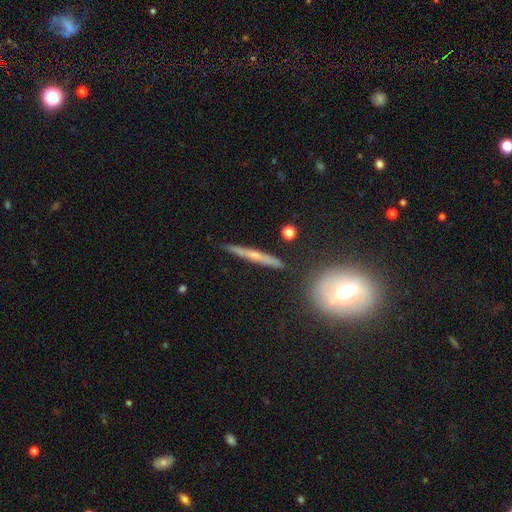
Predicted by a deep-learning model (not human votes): Smooth or featured? featured or disk (63%)
Edge-on disk? yes (94%)
Edge-on bulge? rounded (64%)
Merging? none (85%)